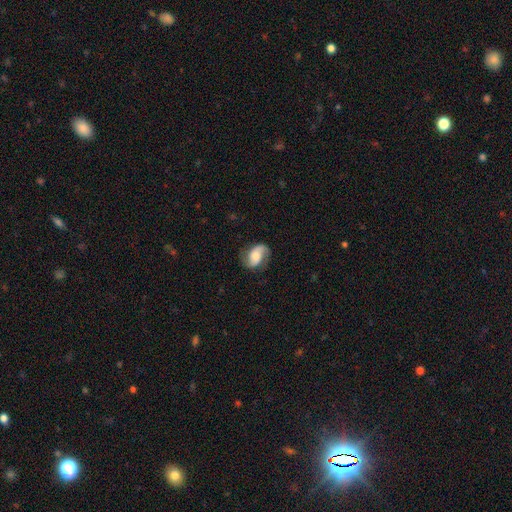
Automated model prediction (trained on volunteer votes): featured or disk 67%, smooth 26%, star or artifact 7%. Down the decision tree: edge-on disk — no (97%); bar — no (54%); spiral arms — yes (93%); spiral arm count — 2 (88%); spiral winding — loose (41%, tied with medium); bulge size — moderate (37%); merging — none (73%).